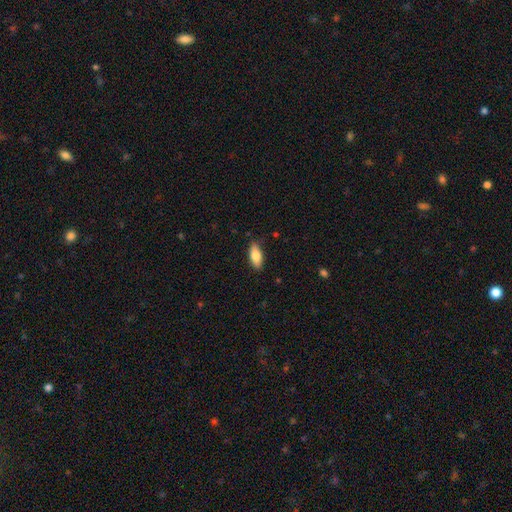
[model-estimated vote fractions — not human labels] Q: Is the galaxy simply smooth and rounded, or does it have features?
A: smooth — 78%.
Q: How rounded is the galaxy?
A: in between — 82%.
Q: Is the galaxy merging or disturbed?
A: none — 83%.